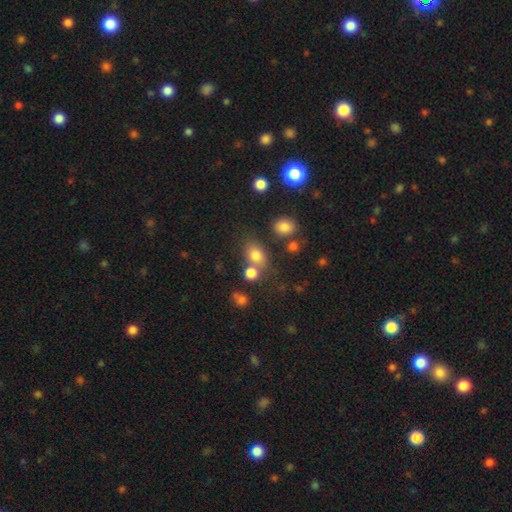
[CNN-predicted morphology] Smooth or featured? smooth (77%)
How rounded? in between (62%)
Merging? none (59%)